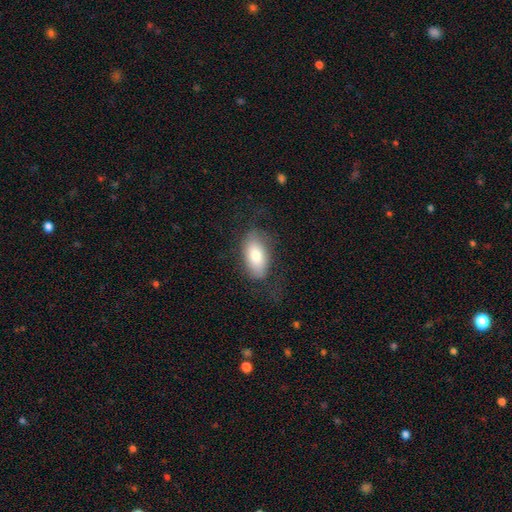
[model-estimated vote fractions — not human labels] smooth 73%, featured or disk 21%, star or artifact 7%. Down the decision tree: how rounded — in between (92%); merging — none (66%).